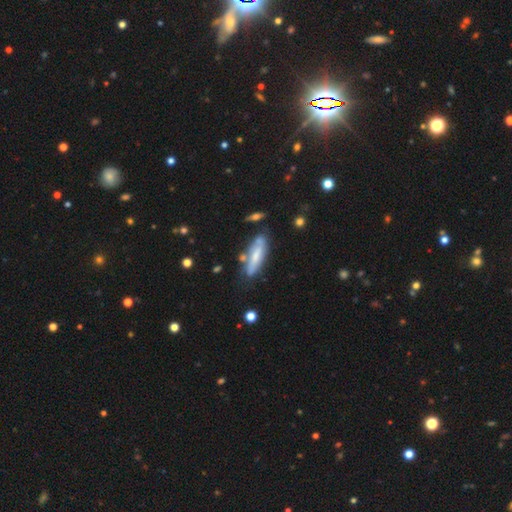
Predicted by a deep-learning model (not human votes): This is possibly a smooth galaxy (53%). How rounded: possibly cigar-shaped (59%). Merging: likely none (63%).